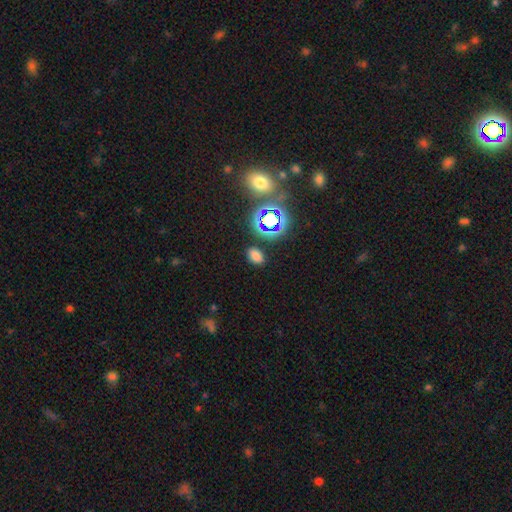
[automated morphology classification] smooth-or-featured: smooth: 71% | star or artifact: 24% | featured or disk: 6%
  how-rounded: in between: 82% | round: 16% | cigar-shaped: 2%
  merging: none: 85% | minor disturbance: 9% | major disturbance: 3% | merger: 2%